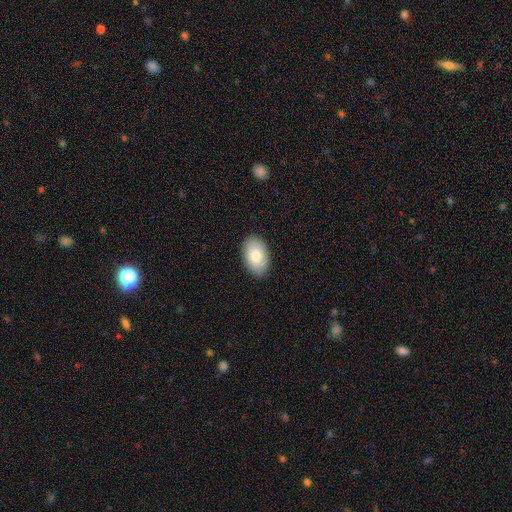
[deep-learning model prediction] Morphology: type=smooth (80%); roundness=in between (92%); merging=none (89%).